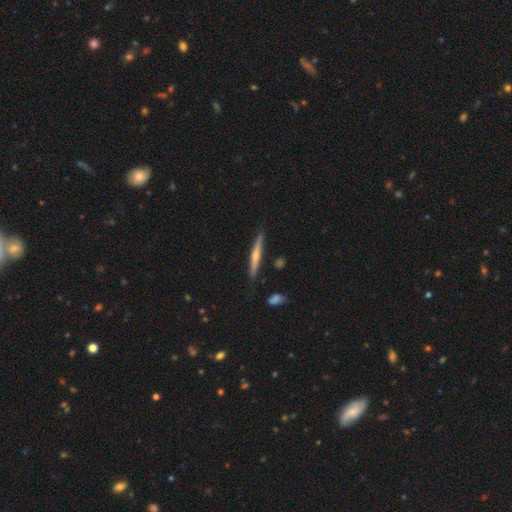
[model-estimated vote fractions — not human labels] This appears to be a featured or disk galaxy (56%) viewed edge-on (97%) with a rounded central bulge (73%). Merging: none (87%).